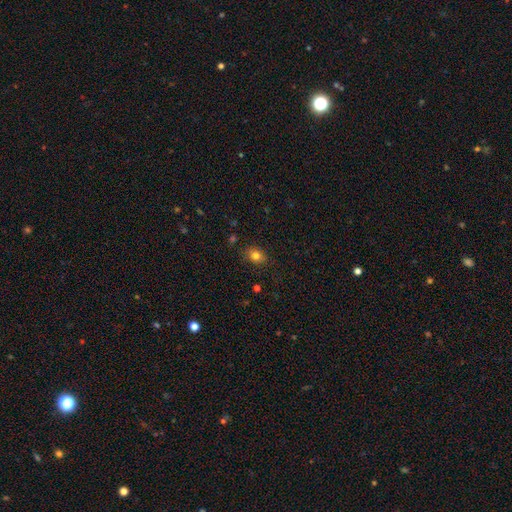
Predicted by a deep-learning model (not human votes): Morphology: type=smooth (82%); roundness=in between (61%); merging=none (83%).